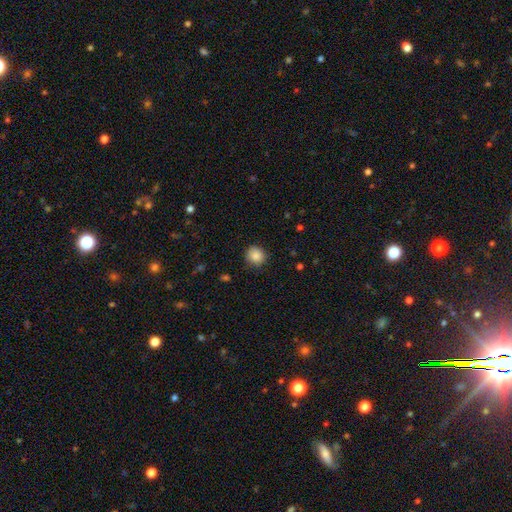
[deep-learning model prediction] This is clearly a smooth galaxy (87%). How rounded: clearly round (89%). Merging: clearly none (83%).